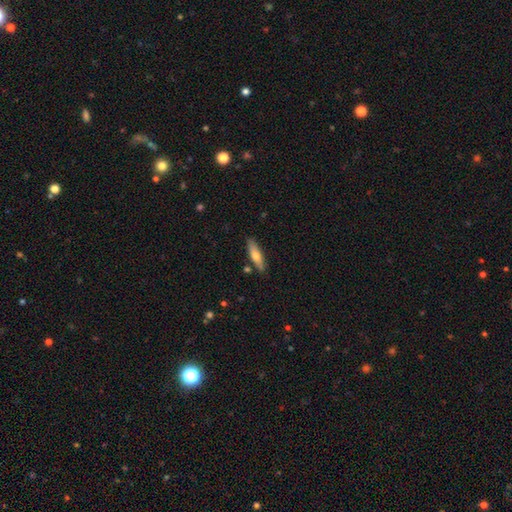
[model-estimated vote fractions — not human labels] This appears to be a smooth galaxy with no disk features (65%) that is cigar-shaped (66%). Merging: none (82%).